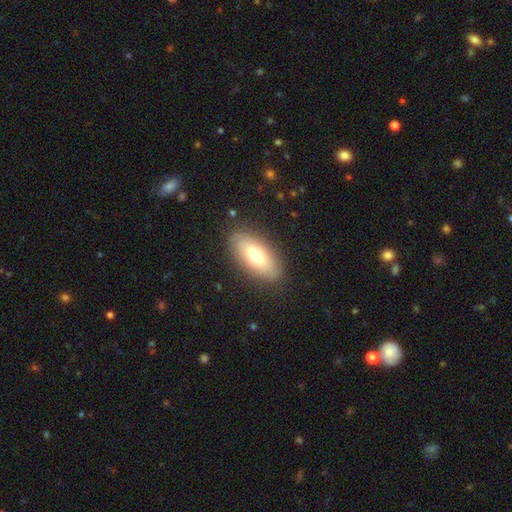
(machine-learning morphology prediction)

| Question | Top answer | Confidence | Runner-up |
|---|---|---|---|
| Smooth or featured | smooth | 70% | featured or disk (23%) |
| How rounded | in between | 83% | cigar-shaped (14%) |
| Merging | none | 86% | minor disturbance (10%) |